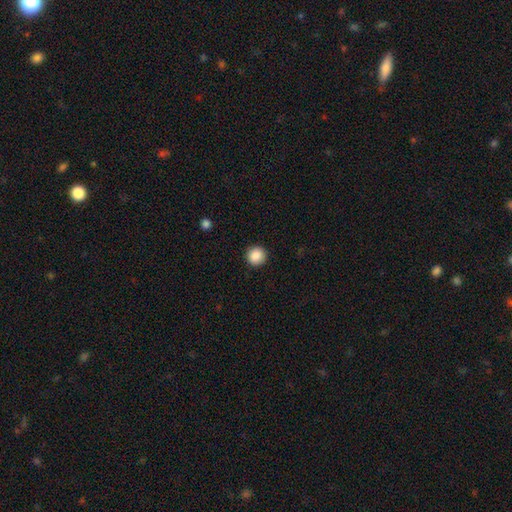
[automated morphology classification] Overall: smooth (89%). How rounded: round (95%). Merging: none (92%).